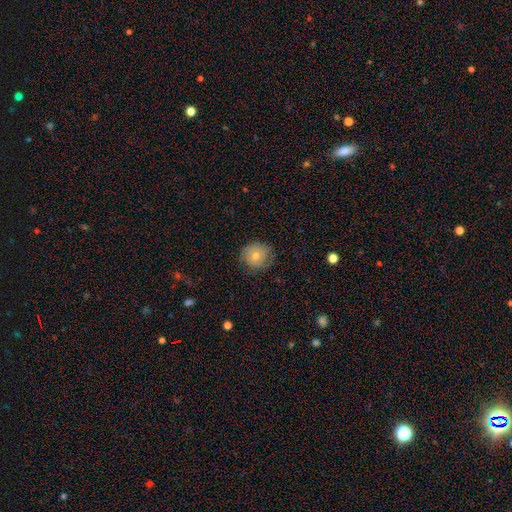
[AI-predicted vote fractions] This is likely a smooth galaxy (66%). How rounded: clearly round (85%). Merging: likely none (74%).